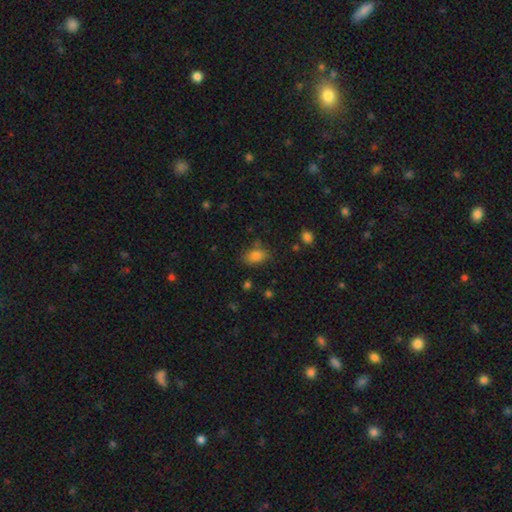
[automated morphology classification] type=smooth (82%); roundness=in between (84%); merging=none (72%).